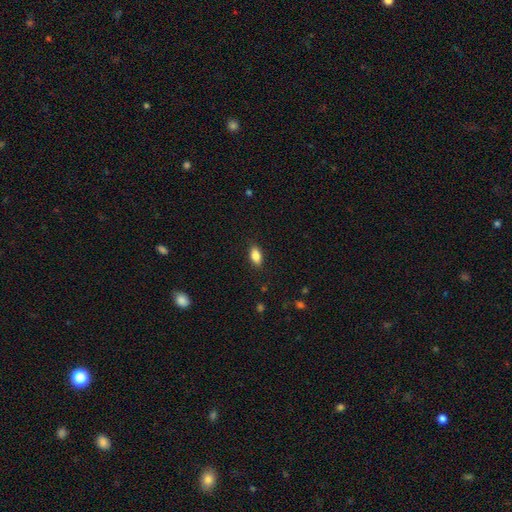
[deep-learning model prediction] Smooth or featured? smooth (83%)
How rounded? in between (89%)
Merging? none (87%)